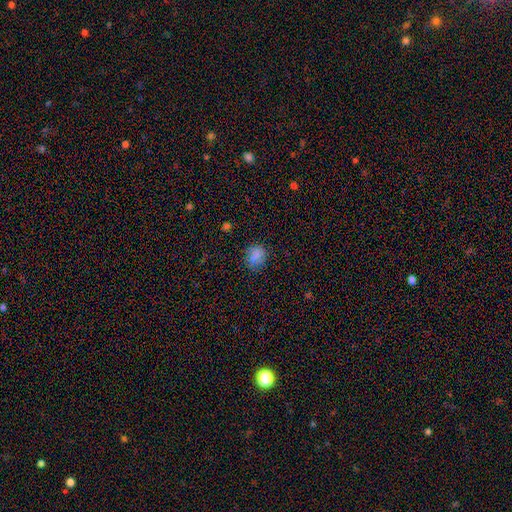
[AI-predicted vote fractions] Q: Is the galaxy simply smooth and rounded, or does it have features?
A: smooth — 75%.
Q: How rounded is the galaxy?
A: round — 72%.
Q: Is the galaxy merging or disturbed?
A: none — 80%.